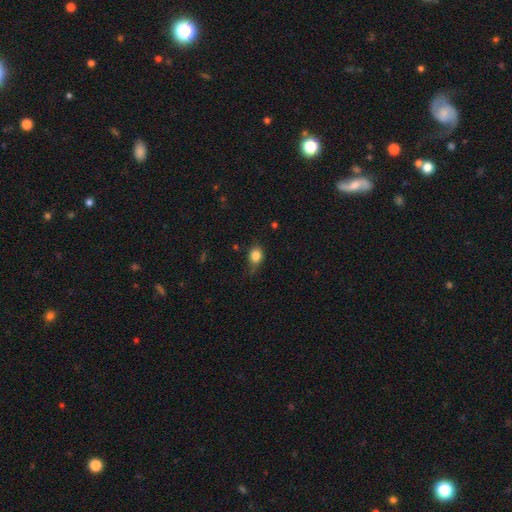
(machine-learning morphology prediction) This appears to be a smooth galaxy with no disk features (82%) that is round (65%). Merging: none (56%).